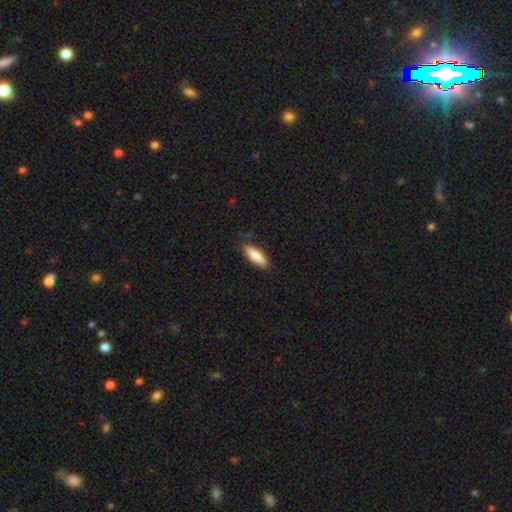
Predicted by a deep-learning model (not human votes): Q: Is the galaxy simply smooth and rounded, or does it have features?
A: smooth — 82%.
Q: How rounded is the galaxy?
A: in between — 53%.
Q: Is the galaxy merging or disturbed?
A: none — 85%.